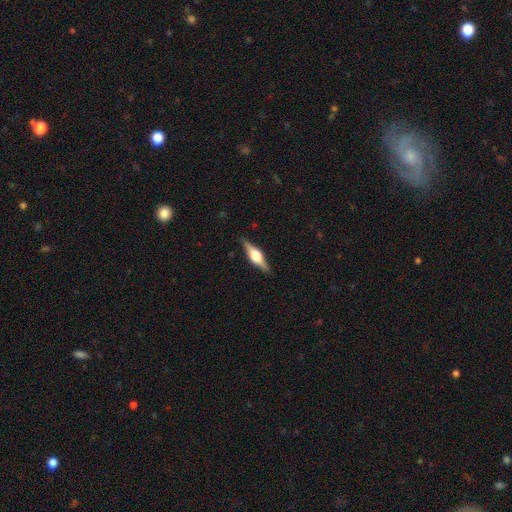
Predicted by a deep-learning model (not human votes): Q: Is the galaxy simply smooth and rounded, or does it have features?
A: featured or disk — 73%.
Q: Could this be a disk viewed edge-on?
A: yes — 97%.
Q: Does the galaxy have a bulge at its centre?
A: rounded — 92%.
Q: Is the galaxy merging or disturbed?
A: none — 88%.